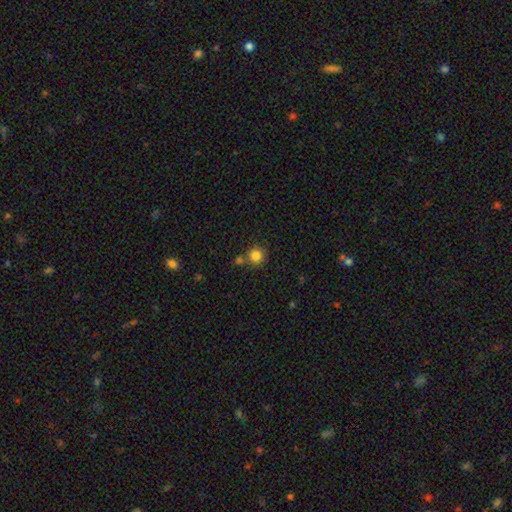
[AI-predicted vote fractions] Overall: smooth (84%). How rounded: round (93%). Merging: none (73%).